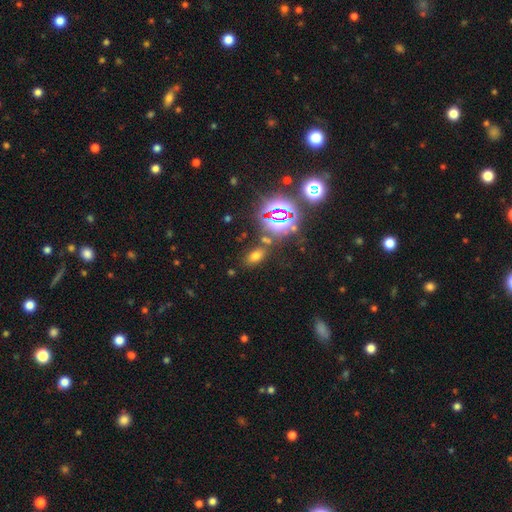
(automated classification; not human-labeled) A smooth galaxy with no disk features (56%) that is in between round and cigar-shaped (85%).

Vote fractions:
- Smooth or featured? smooth: 56% / star or artifact: 35% / featured or disk: 10%
- How rounded? in between: 85% / round: 11% / cigar-shaped: 4%
- Merging? none: 77% / minor disturbance: 11% / merger: 8% / major disturbance: 4%